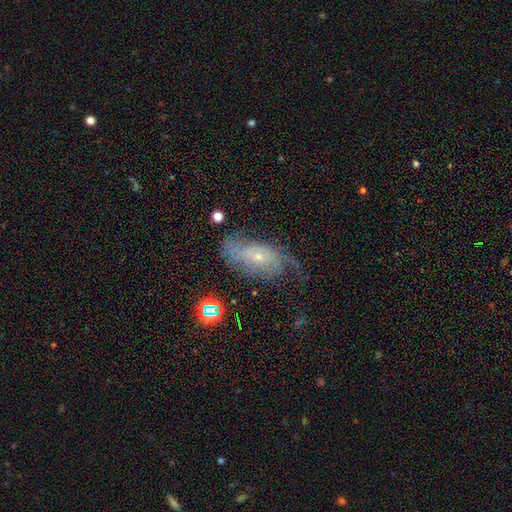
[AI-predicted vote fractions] smooth-or-featured: featured or disk: 65% | smooth: 24% | star or artifact: 11%
  disk-edge-on: no: 89% | yes: 11%
    bar: no: 67% | weak: 26% | strong: 7%
    has-spiral-arms: yes: 81% | no: 19%
    bulge-size: small: 73% | moderate: 21% | none: 3% | large: 2% | dominant: 1%
  merging: none: 48% | minor disturbance: 27% | major disturbance: 21% | merger: 3%